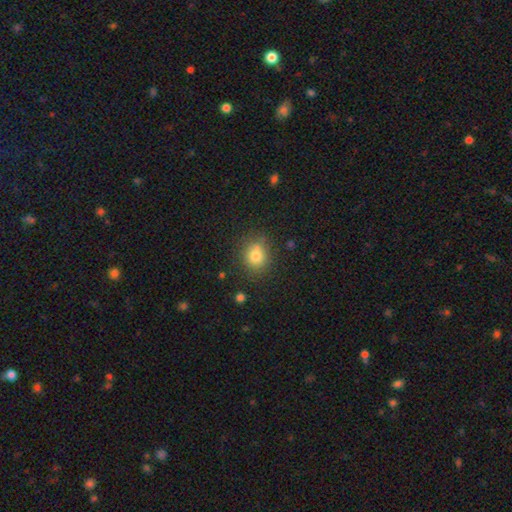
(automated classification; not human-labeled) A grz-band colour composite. It shows a smooth galaxy with no disk features (79%) that is round (71%). Merging: none (78%).